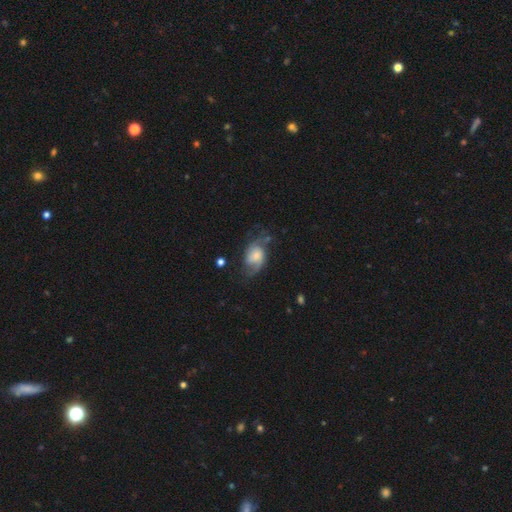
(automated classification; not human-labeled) The model was most divided on "spiral winding": loose: 43%, medium: 41%, tight: 17%. Remaining: edge-on disk — no (96%); spiral arms — yes (88%); spiral arm count — 2 (73%); smooth or featured — featured or disk (62%); bar — no (61%); merging — none (52%); bulge size — small (37%).